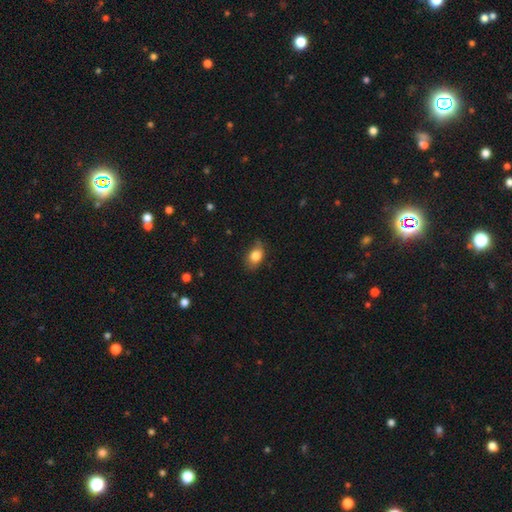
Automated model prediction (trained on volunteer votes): Q: Smooth or featured?
A: smooth (82%); runner-up: featured or disk (10%)
Q: How rounded?
A: in between (79%); runner-up: round (19%)
Q: Merging?
A: none (74%); runner-up: minor disturbance (21%)